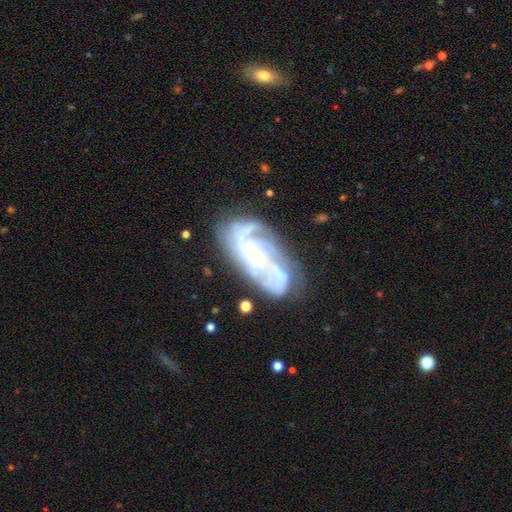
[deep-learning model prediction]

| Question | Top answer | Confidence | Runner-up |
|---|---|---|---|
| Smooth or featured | featured or disk | 85% | smooth (8%) |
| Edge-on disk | no | 95% | yes (5%) |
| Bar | no | 68% | weak (24%) |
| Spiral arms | yes | 97% | no (3%) |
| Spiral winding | tight | 59% | medium (34%) |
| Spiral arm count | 3 | 32% | 4 (21%) |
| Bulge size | small | 78% | moderate (16%) |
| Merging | none | 71% | minor disturbance (19%) |